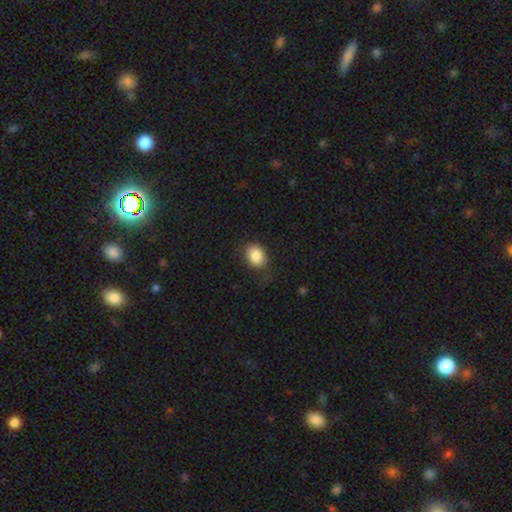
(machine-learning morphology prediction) Smooth or featured? Predicted: smooth (p=0.86). How rounded? Predicted: in between (p=0.62). Merging? Predicted: none (p=0.71).